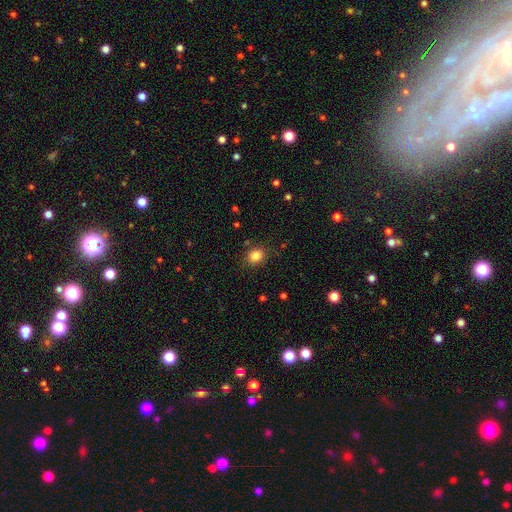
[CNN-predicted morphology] Overall: smooth (83%). How rounded: round (63%; in between 36%). Merging: none (86%).